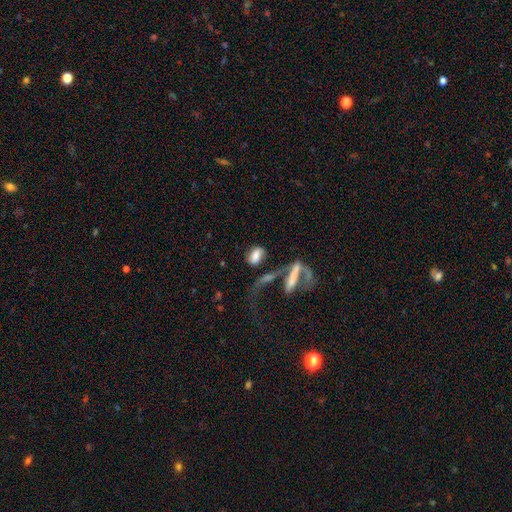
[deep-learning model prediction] This appears to be a smooth galaxy with no disk features (69%) that is in between round and cigar-shaped (82%). Merging: none (37%).